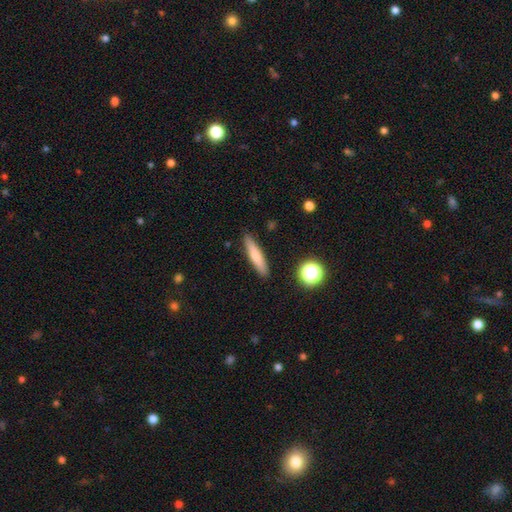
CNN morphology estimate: The model was most divided on "smooth or featured": smooth: 70%, featured or disk: 23%, star or artifact: 7%. More confident: merging — none (89%); how rounded — cigar-shaped (86%).